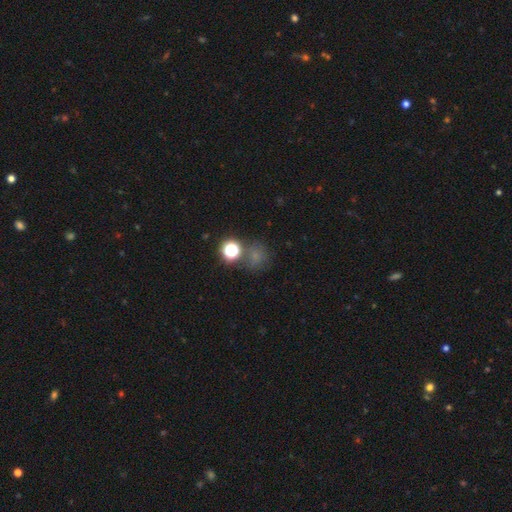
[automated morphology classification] A smooth galaxy with no disk features (61%) that is round (85%). Merging: none (65%).